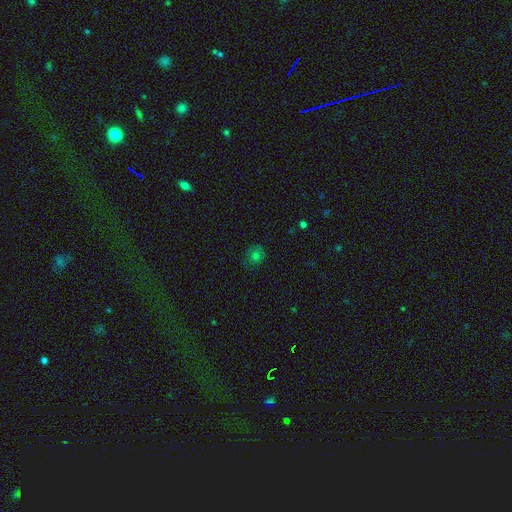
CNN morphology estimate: Smooth or featured?
  - smooth: 70% *
  - star or artifact: 19%
  - featured or disk: 10%
How rounded?
  - round: 76% *
  - in between: 23%
  - cigar-shaped: 1%
Merging?
  - none: 78% *
  - minor disturbance: 16%
  - major disturbance: 5%
  - merger: 1%